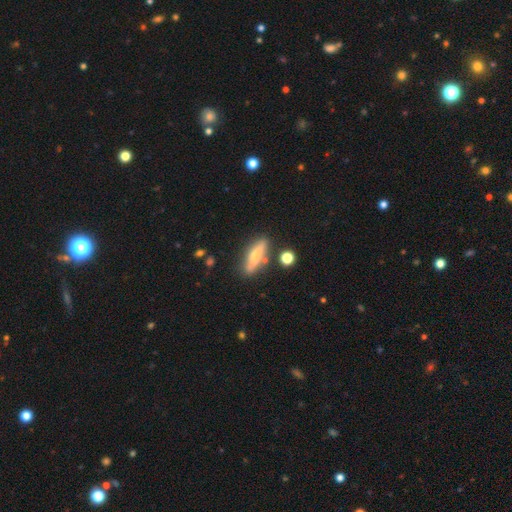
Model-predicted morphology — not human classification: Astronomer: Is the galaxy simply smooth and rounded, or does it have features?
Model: smooth — 53% (runner-up: featured or disk, 40%).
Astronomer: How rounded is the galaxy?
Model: cigar-shaped — 65%.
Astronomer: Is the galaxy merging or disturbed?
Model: none — 75%.